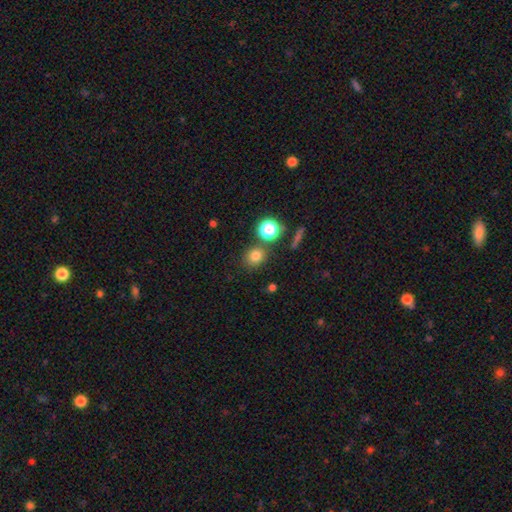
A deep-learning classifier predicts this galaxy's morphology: The model was most divided on "how rounded": round: 76%, in between: 23%, cigar-shaped: 1%. More confident: merging — none (77%); smooth or featured — smooth (76%).